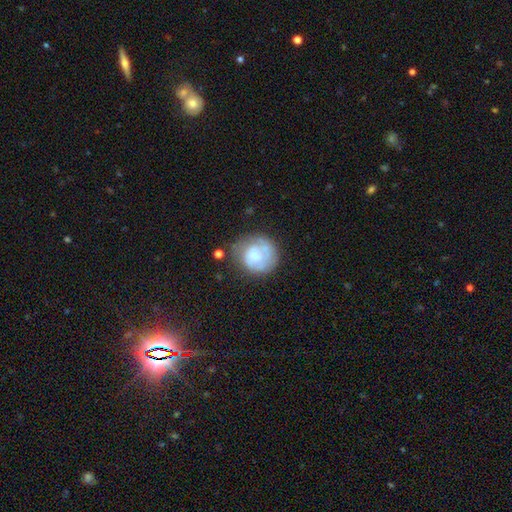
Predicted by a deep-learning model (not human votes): Morphology: type=smooth (48%); merging=none (52%).